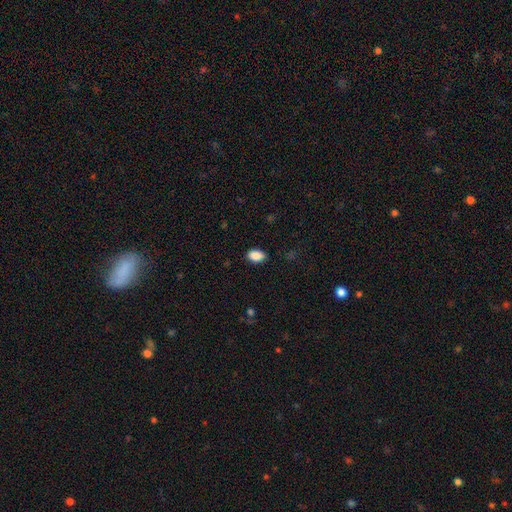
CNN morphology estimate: smooth 89%, star or artifact 8%, featured or disk 4%. Down the decision tree: how rounded — in between (90%); merging — none (86%).